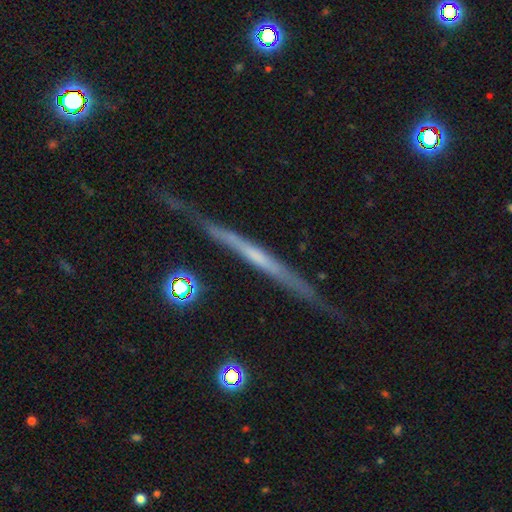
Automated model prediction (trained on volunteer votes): This appears to be a featured or disk galaxy (73%) viewed edge-on (97%) with no central bulge (71%). Merging: none (81%).